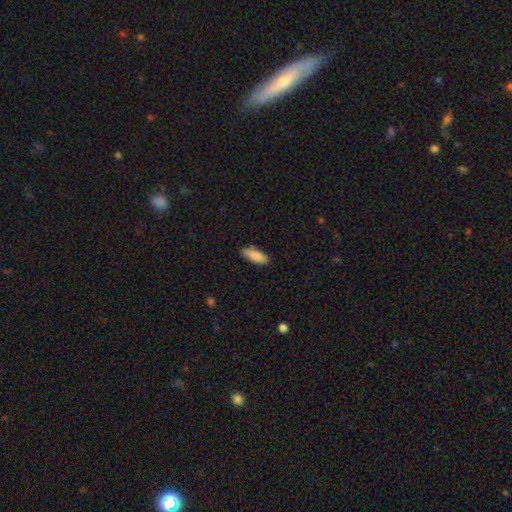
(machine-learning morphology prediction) smooth 87%, featured or disk 7%, star or artifact 6%. Down the decision tree: how rounded — in between (68%); merging — none (81%).